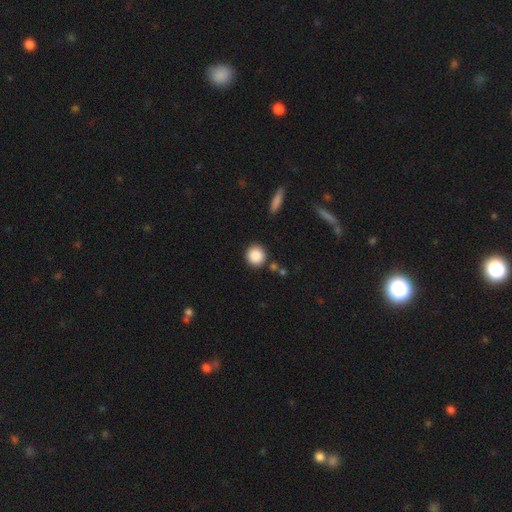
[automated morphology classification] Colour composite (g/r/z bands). It shows a smooth galaxy with no disk features (88%) that is round (92%). Merging: none (86%).